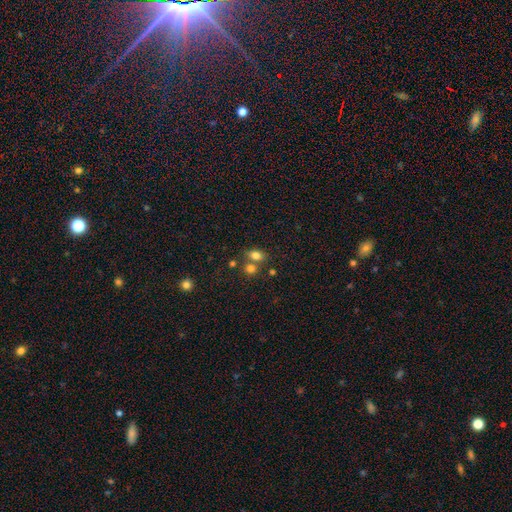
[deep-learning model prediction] smooth 78%, star or artifact 13%, featured or disk 9%. Down the decision tree: how rounded — in between (67%); merging — none (51%).